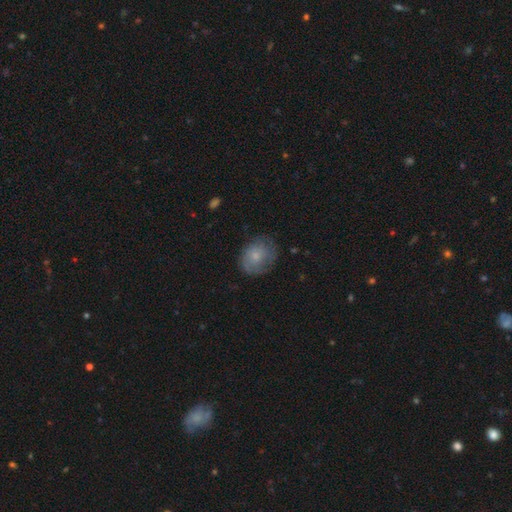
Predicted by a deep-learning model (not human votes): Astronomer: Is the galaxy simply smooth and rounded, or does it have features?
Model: smooth — 62%.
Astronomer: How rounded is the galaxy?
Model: round — 58% (runner-up: in between, 41%).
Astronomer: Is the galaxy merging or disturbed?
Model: none — 64%.